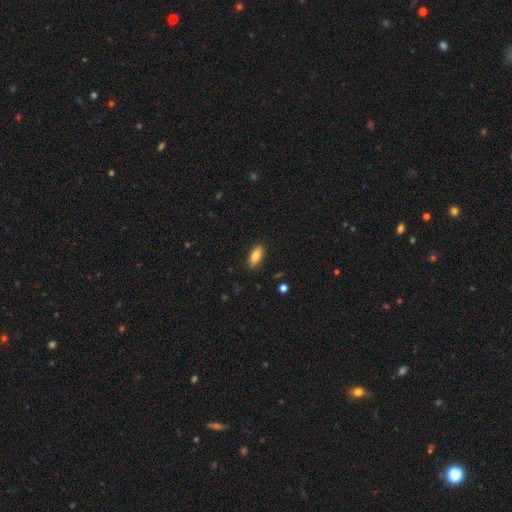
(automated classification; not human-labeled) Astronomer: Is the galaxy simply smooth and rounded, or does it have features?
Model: smooth — 81%.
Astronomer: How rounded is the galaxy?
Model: in between — 78%.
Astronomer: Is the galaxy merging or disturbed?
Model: none — 88%.